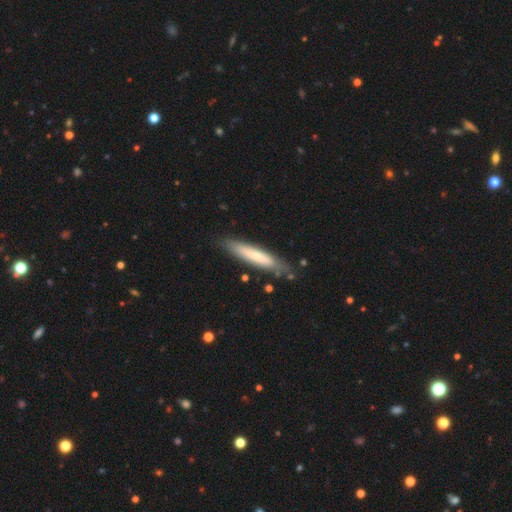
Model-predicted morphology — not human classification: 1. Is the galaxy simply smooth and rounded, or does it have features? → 63% smooth, 31% featured or disk, 6% star or artifact.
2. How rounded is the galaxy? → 89% cigar-shaped, 10% in between, 1% round.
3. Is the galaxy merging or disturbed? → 81% none, 14% minor disturbance, 3% major disturbance, 3% merger.